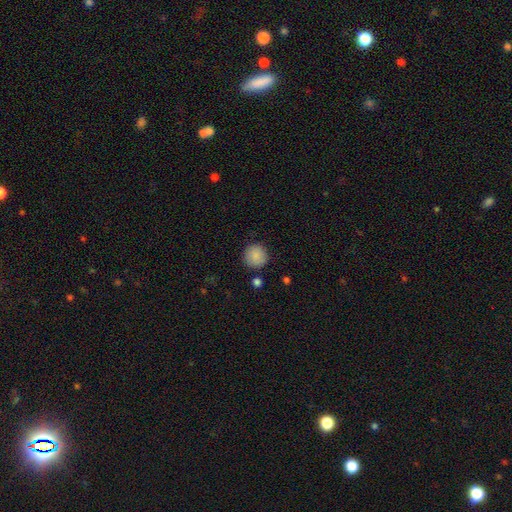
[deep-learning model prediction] The model was most divided on "merging": none: 86%, minor disturbance: 9%, merger: 3%, major disturbance: 2%. More confident: how rounded — round (94%); smooth or featured — smooth (88%).